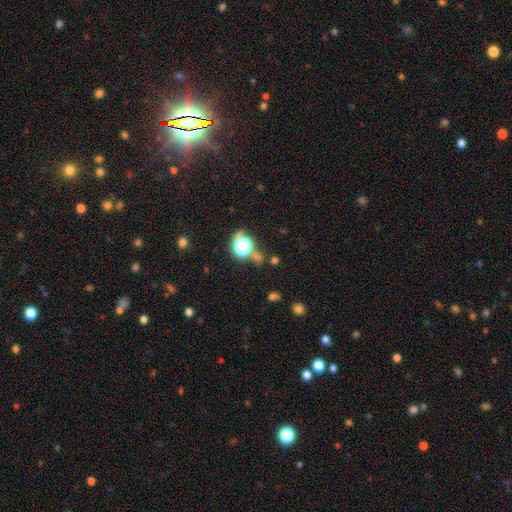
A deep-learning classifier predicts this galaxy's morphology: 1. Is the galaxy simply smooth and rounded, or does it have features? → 60% star or artifact, 31% smooth, 9% featured or disk.